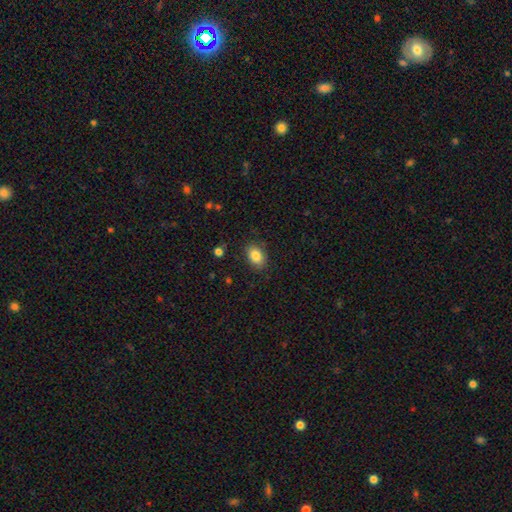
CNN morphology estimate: type=smooth (85%); roundness=in between (81%); merging=none (84%).